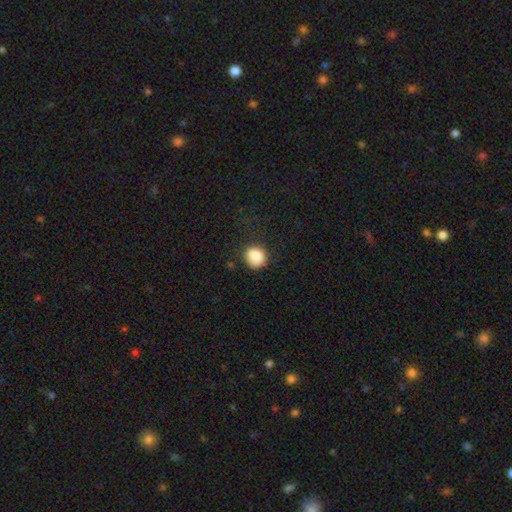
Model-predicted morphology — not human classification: Smooth or featured: smooth — 84% (star or artifact — 9%)
How rounded: round — 81% (in between — 18%)
Merging: none — 73% (minor disturbance — 19%)